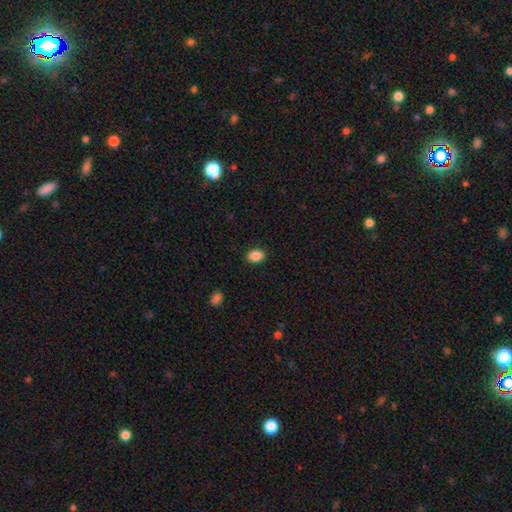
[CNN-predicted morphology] Q: Smooth or featured?
A: smooth (88%); runner-up: star or artifact (9%)
Q: How rounded?
A: in between (65%); runner-up: round (34%)
Q: Merging?
A: none (89%); runner-up: minor disturbance (7%)